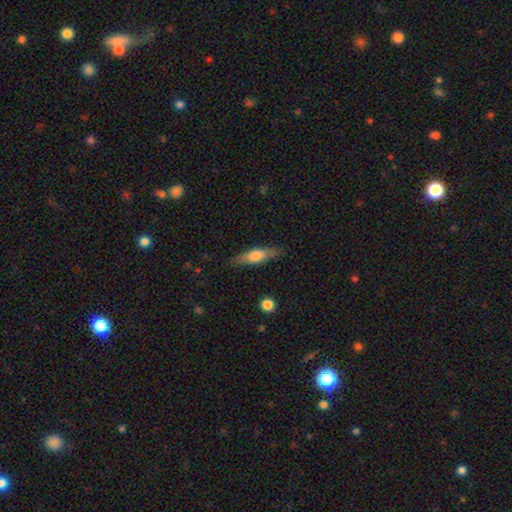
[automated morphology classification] This appears to be a smooth galaxy with no disk features (53%) that is cigar-shaped (64%). Merging: none (84%).